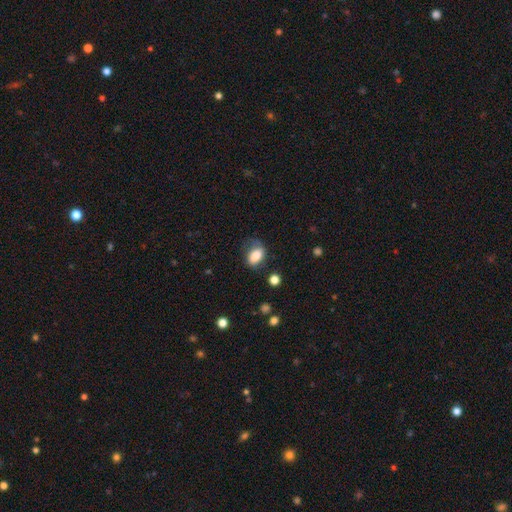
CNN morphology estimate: A smooth galaxy with no disk features (79%) that is in between round and cigar-shaped (82%). Merging: none (53%).